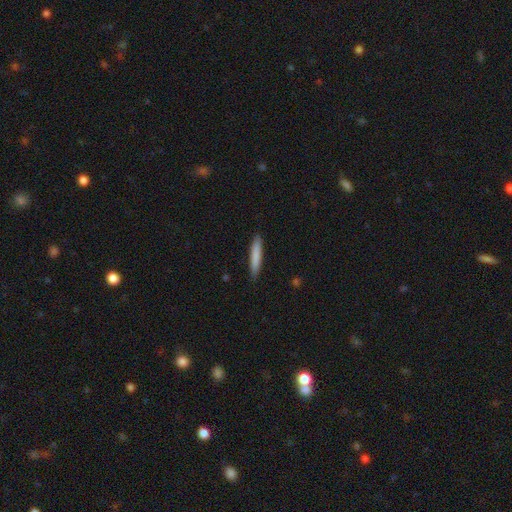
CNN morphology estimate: A smooth galaxy with no disk features (80%) that is cigar-shaped (93%). Merging: none (89%).